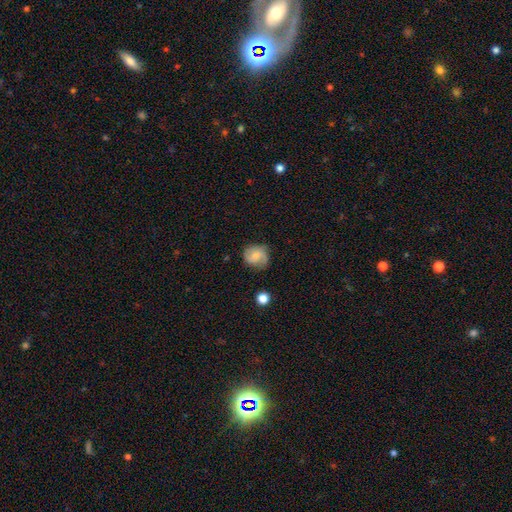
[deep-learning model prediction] smooth_or_featured: smooth (p=0.47) [alt: featured or disk p=0.45]
merging: none (p=0.66) [alt: minor disturbance p=0.24]